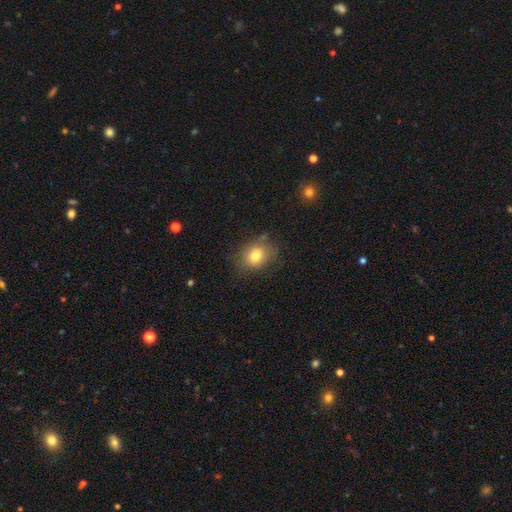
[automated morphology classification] Overall: smooth (78%). How rounded: round (59%; in between 40%). Merging: none (76%).